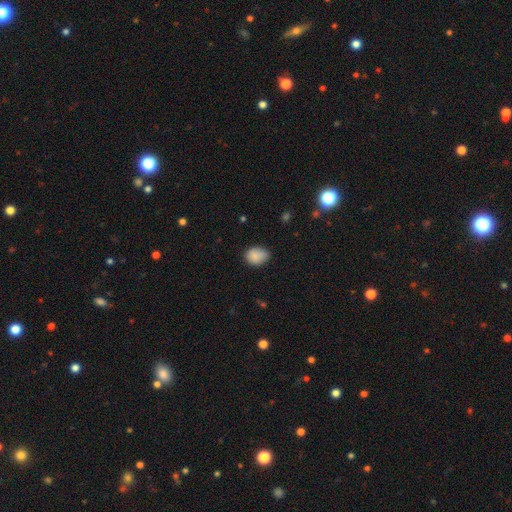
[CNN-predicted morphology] This appears to be a smooth galaxy with no disk features (86%) that is in between round and cigar-shaped (64%). Merging: none (64%).